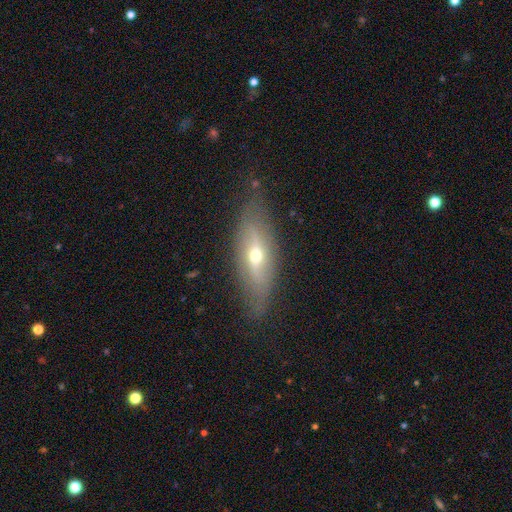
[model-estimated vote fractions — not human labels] A featured or disk galaxy (62%) with not edge-on (50%, tied with yes). Merging: none (77%).